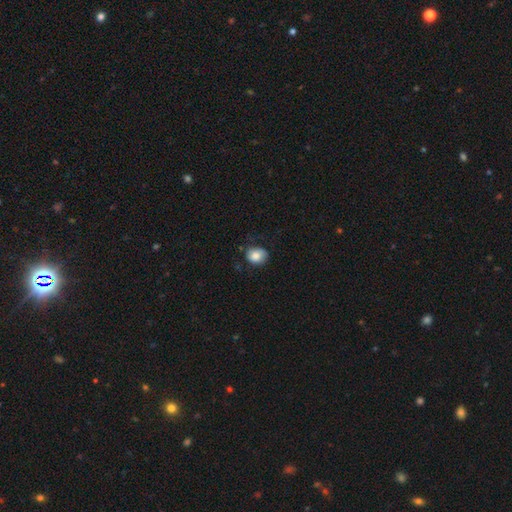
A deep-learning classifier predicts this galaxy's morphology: A smooth galaxy with no disk features (82%) that is round (58%). Merging: none (63%).